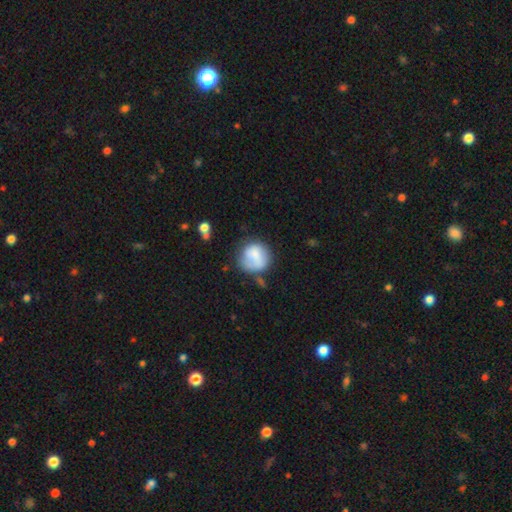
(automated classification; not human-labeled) A smooth galaxy with no disk features (73%) that is round (85%).

Vote fractions:
- Smooth or featured? smooth: 73% / featured or disk: 20% / star or artifact: 8%
- How rounded? round: 85% / in between: 14% / cigar-shaped: 1%
- Merging? none: 50% / minor disturbance: 25% / major disturbance: 14% / merger: 10%